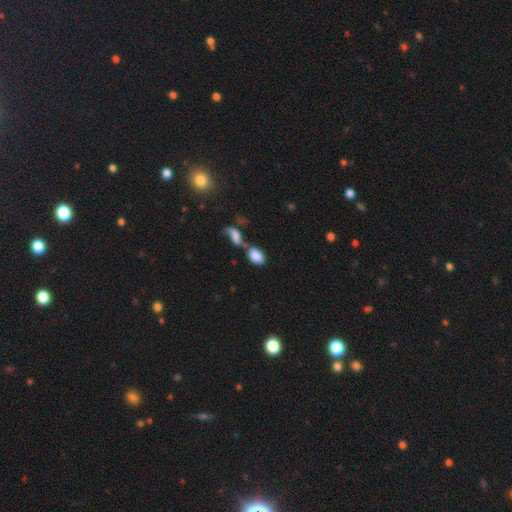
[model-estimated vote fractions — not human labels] This appears to be a smooth galaxy with no disk features (83%) that is in between round and cigar-shaped (91%). Merging: merger (53%).